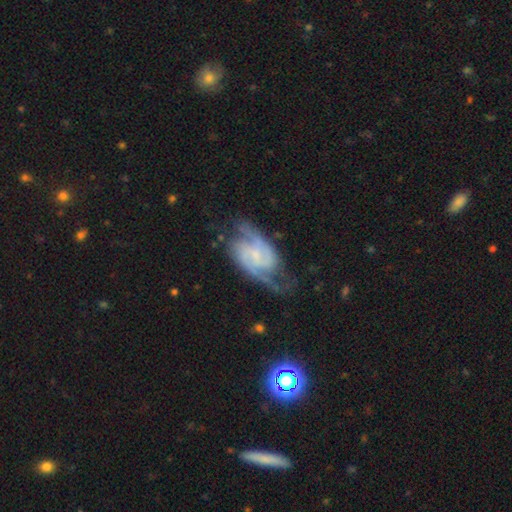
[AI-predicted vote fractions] Smooth or featured? Predicted: featured or disk (p=0.89). Edge-on disk? Predicted: no (p=0.97). Bar? Predicted: weak (p=0.46). Spiral arms? Predicted: yes (p=0.97). Spiral winding? Predicted: medium (p=0.53). Spiral arm count? Predicted: 2 (p=0.80). Bulge size? Predicted: small (p=0.56). Merging? Predicted: none (p=0.66).